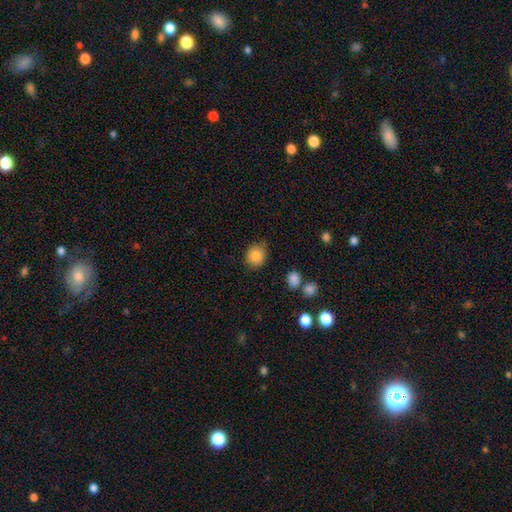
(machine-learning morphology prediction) smooth_or_featured: smooth (p=0.85) [alt: star or artifact p=0.09]
how_rounded: round (p=0.80) [alt: in between p=0.19]
merging: none (p=0.79) [alt: minor disturbance p=0.15]